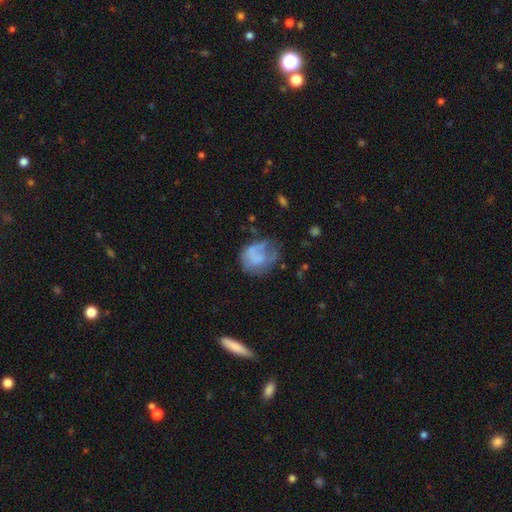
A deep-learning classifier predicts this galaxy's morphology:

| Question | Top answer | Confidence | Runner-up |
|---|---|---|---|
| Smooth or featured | smooth | 56% | featured or disk (35%) |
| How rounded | round | 62% | in between (37%) |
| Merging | none | 36% | major disturbance (33%) |